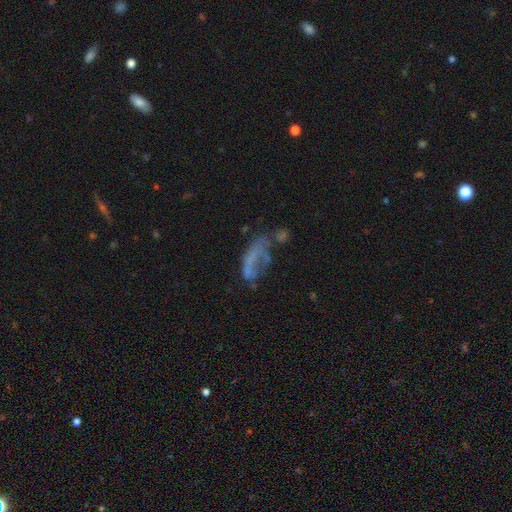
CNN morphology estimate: smooth_or_featured: featured or disk (p=0.44) [alt: smooth p=0.39]
merging: major disturbance (p=0.39) [alt: none p=0.26]